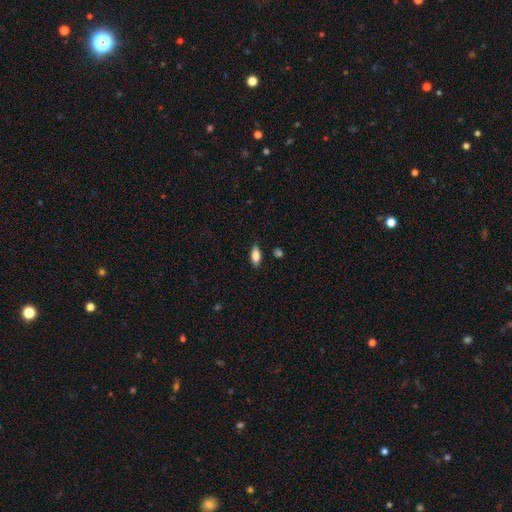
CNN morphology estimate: A smooth galaxy with no disk features (79%) that is in between round and cigar-shaped (83%).

Vote fractions:
- Smooth or featured? smooth: 79% / featured or disk: 14% / star or artifact: 7%
- How rounded? in between: 83% / cigar-shaped: 14% / round: 3%
- Merging? none: 84% / minor disturbance: 12% / major disturbance: 2% / merger: 2%